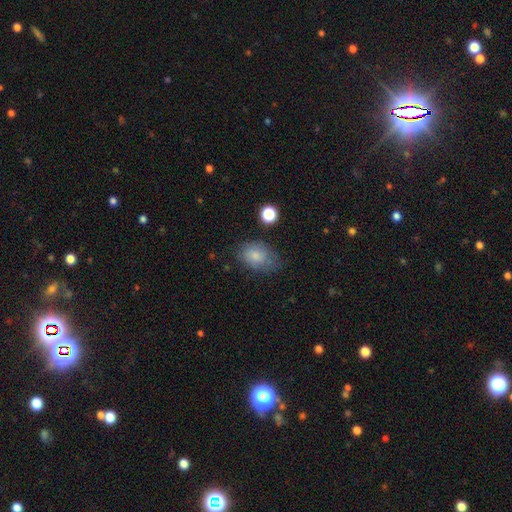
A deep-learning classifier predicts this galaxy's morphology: This appears to be a smooth galaxy with no disk features (78%) that is in between round and cigar-shaped (80%). Merging: none (58%).